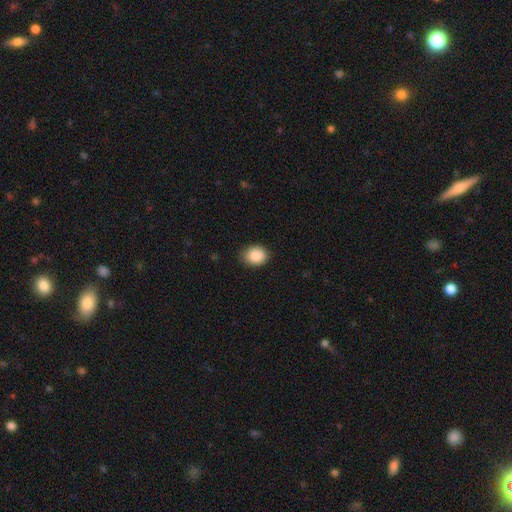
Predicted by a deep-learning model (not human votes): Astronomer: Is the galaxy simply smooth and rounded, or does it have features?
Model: smooth — 87%.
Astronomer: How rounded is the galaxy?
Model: round — 62% (runner-up: in between, 37%).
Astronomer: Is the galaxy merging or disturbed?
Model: none — 82%.